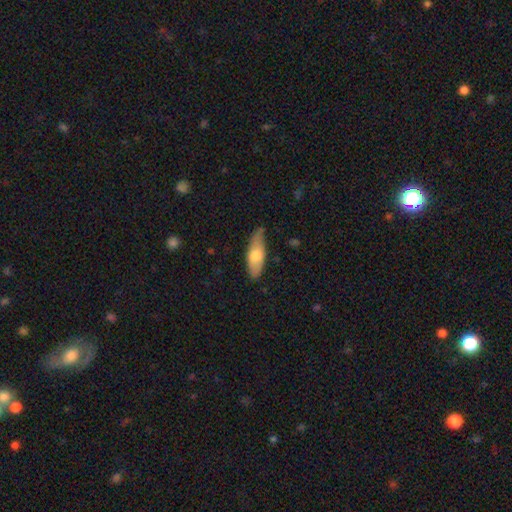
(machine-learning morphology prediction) The model was most divided on "how rounded": in between: 59%, cigar-shaped: 39%, round: 2%. More confident: merging — none (73%); smooth or featured — smooth (63%).